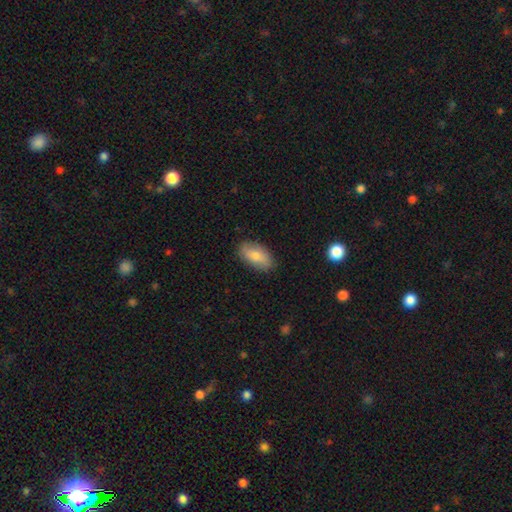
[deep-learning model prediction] Smooth or featured? Predicted: smooth (p=0.76). How rounded? Predicted: in between (p=0.92). Merging? Predicted: none (p=0.85).